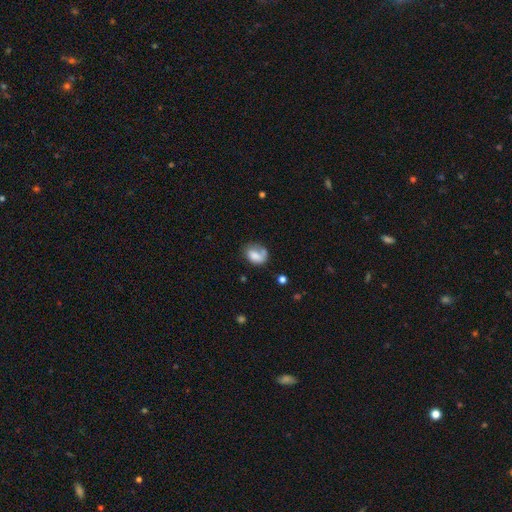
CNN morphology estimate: type=smooth (72%); roundness=in between (73%); merging=none (43%).